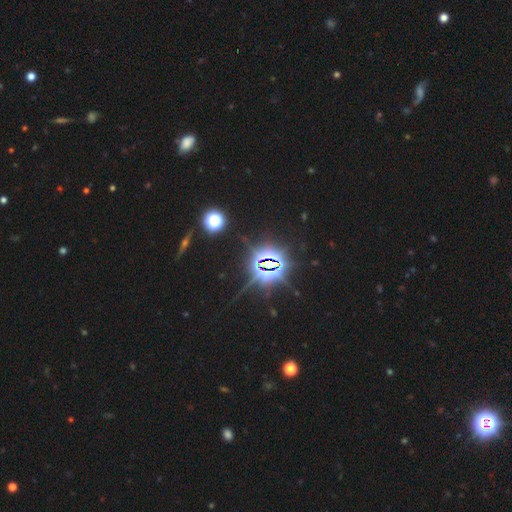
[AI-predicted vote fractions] star or artifact 84%, smooth 10%, featured or disk 6%.